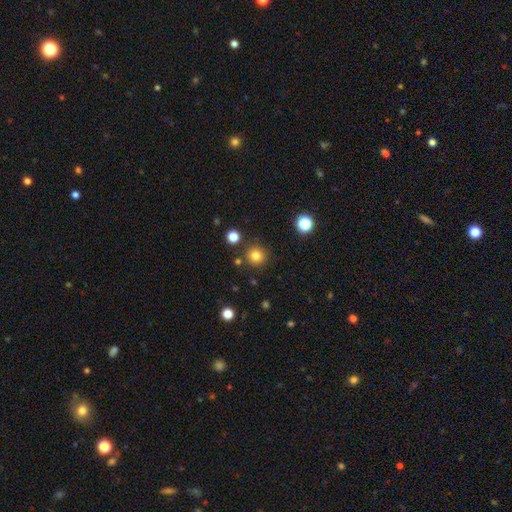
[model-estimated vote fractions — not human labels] The model was most divided on "smooth or featured": smooth: 81%, star or artifact: 13%, featured or disk: 5%. More confident: how rounded — round (94%); merging — none (86%).